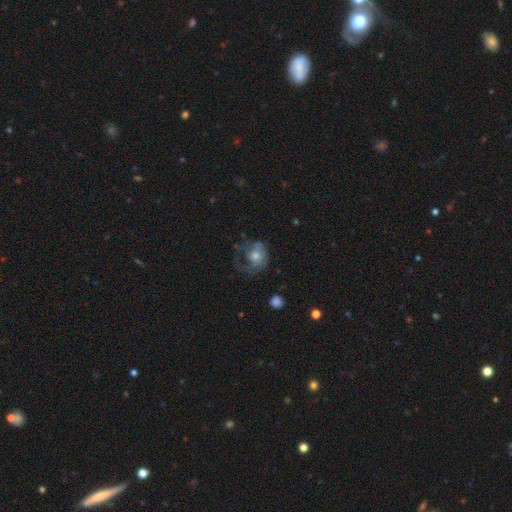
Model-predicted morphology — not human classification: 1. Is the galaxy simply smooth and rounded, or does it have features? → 52% featured or disk, 37% smooth, 11% star or artifact.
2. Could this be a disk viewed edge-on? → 97% no, 3% yes.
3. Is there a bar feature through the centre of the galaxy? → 81% no, 16% weak, 3% strong.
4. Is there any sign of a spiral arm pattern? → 63% yes, 37% no.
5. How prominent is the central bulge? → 58% moderate, 27% small, 10% large, 3% none, 2% dominant.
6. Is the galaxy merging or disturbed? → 39% none, 38% major disturbance, 21% minor disturbance, 2% merger.